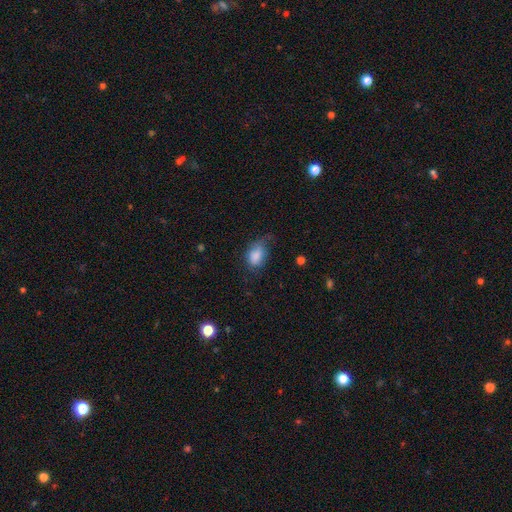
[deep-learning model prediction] This appears to be a smooth galaxy with no disk features (84%) that is in between round and cigar-shaped (86%). Merging: none (48%).